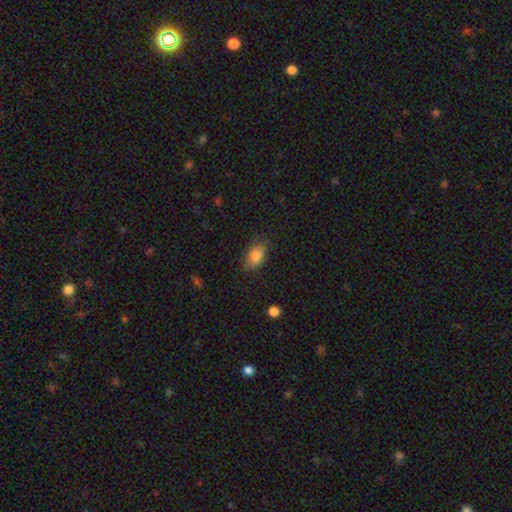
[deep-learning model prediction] This appears to be a smooth galaxy with no disk features (84%) that is in between round and cigar-shaped (88%). Merging: none (71%).